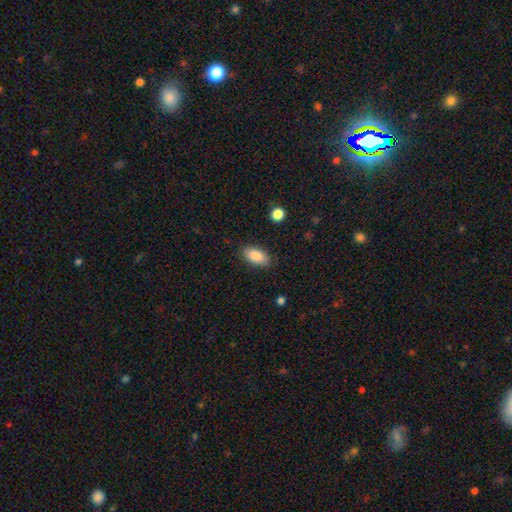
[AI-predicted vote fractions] A smooth galaxy with no disk features (88%) that is in between round and cigar-shaped (92%). Merging: none (85%).